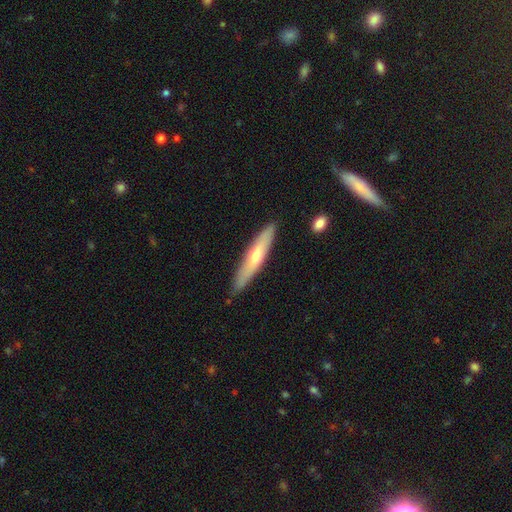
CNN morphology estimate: Q: Smooth or featured?
A: featured or disk (48%); runner-up: smooth (46%)
Q: Merging?
A: none (86%); runner-up: minor disturbance (11%)